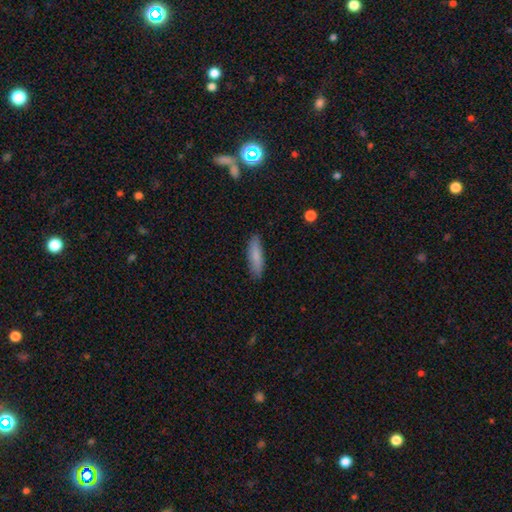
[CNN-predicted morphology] A smooth galaxy with no disk features (82%) that is cigar-shaped (63%). Merging: none (85%).